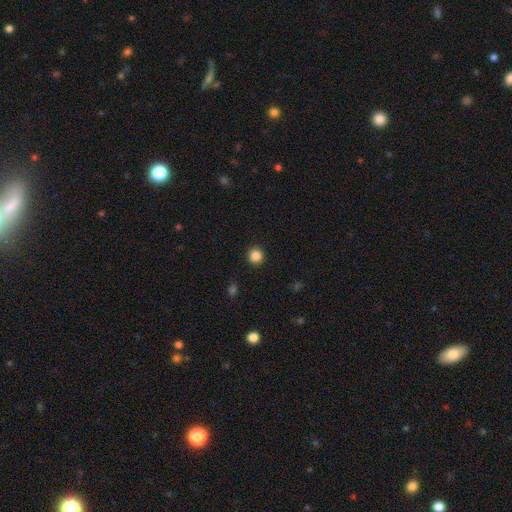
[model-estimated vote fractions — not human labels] This is clearly a smooth galaxy (85%). How rounded: clearly round (94%). Merging: clearly none (92%).